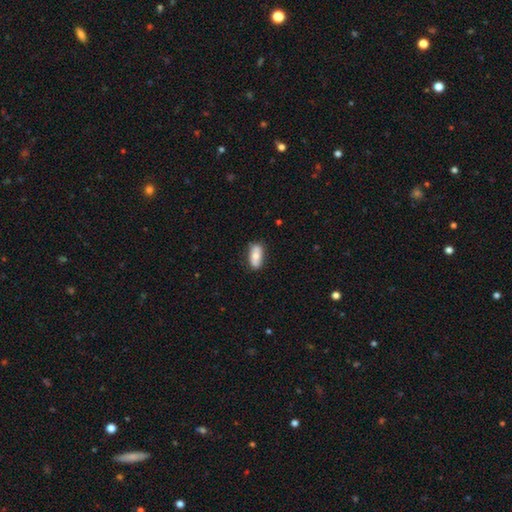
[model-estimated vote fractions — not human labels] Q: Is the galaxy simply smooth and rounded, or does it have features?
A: smooth — 67%.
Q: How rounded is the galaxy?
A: in between — 87%.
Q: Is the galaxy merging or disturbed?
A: none — 75%.